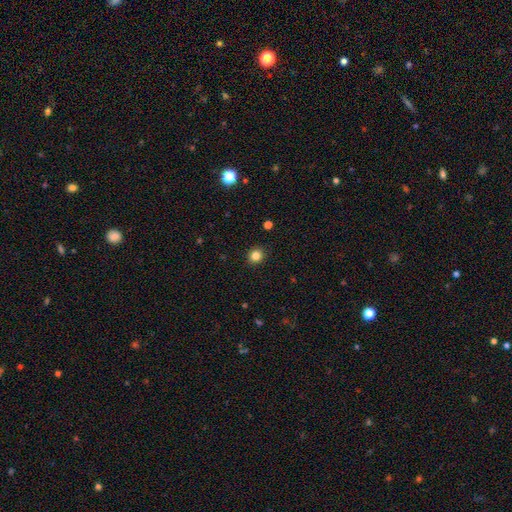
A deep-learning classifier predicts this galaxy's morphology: A smooth galaxy with no disk features (83%) that is round (80%).

Vote fractions:
- Smooth or featured? smooth: 83% / star or artifact: 12% / featured or disk: 5%
- How rounded? round: 80% / in between: 19% / cigar-shaped: 1%
- Merging? none: 91% / minor disturbance: 6% / major disturbance: 2% / merger: 1%